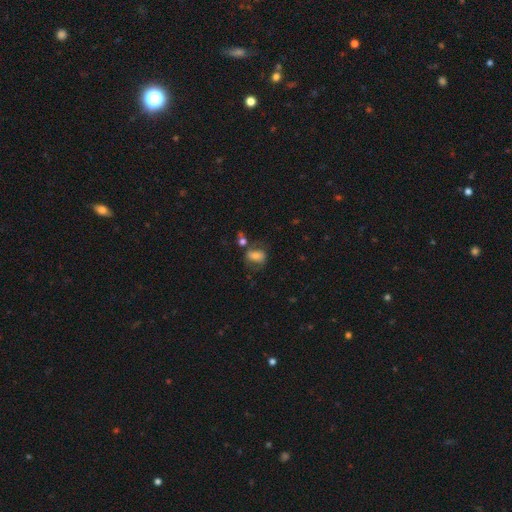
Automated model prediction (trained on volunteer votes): smooth-or-featured: smooth: 65% | featured or disk: 25% | star or artifact: 10%
  how-rounded: in between: 76% | round: 22% | cigar-shaped: 2%
  merging: none: 45% | merger: 21% | minor disturbance: 20% | major disturbance: 14%